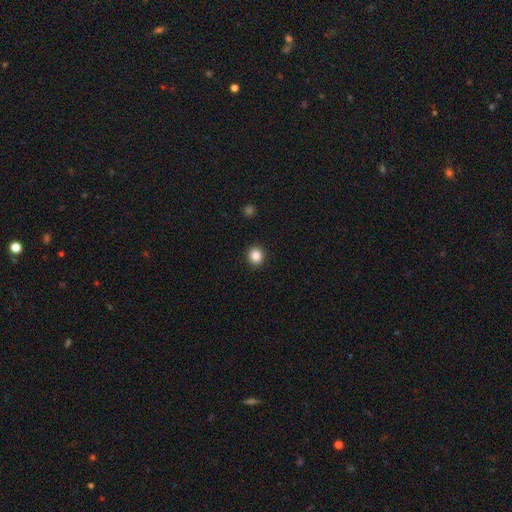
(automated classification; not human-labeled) Smooth or featured? smooth (86%)
How rounded? round (85%)
Merging? none (92%)